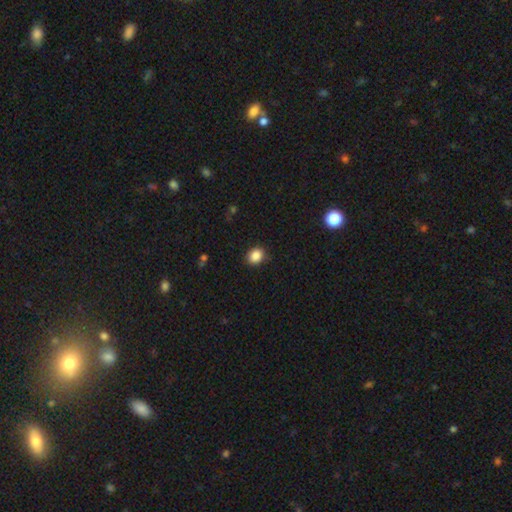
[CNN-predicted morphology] Smooth or featured?
  - smooth: 87% *
  - star or artifact: 9%
  - featured or disk: 4%
How rounded?
  - round: 63% *
  - in between: 36%
  - cigar-shaped: 1%
Merging?
  - none: 88% *
  - minor disturbance: 9%
  - major disturbance: 2%
  - merger: 1%